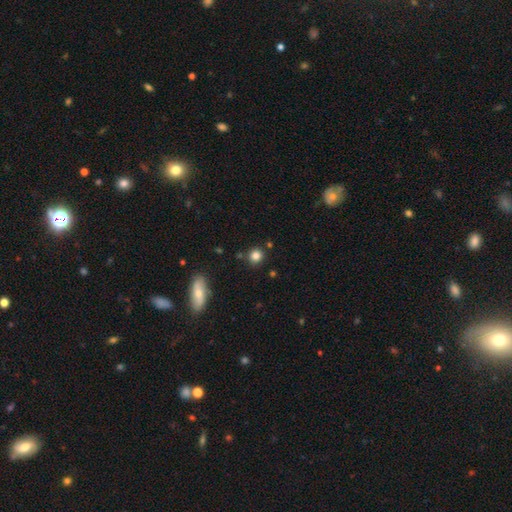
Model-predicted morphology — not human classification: smooth_or_featured: smooth (p=0.82) [alt: star or artifact p=0.12]
how_rounded: round (p=0.89) [alt: in between p=0.10]
merging: none (p=0.85) [alt: minor disturbance p=0.08]